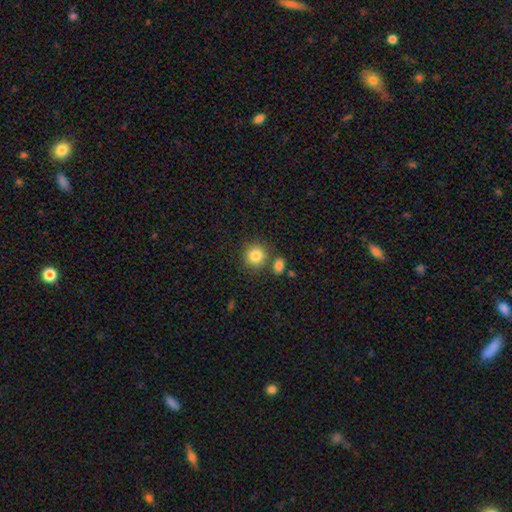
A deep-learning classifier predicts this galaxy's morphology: A smooth galaxy with no disk features (84%) that is round (89%).

Vote fractions:
- Smooth or featured? smooth: 84% / star or artifact: 9% / featured or disk: 6%
- How rounded? round: 89% / in between: 10% / cigar-shaped: 1%
- Merging? none: 76% / merger: 13% / minor disturbance: 9% / major disturbance: 3%